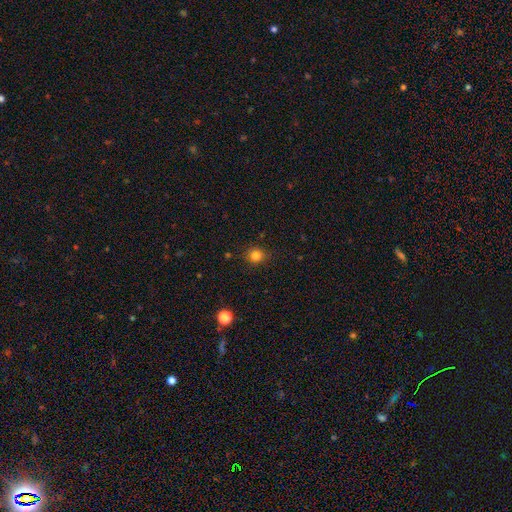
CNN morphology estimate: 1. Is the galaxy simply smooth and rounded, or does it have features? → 81% smooth, 14% star or artifact, 5% featured or disk.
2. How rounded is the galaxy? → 87% round, 12% in between, 1% cigar-shaped.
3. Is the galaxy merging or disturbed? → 86% none, 10% minor disturbance, 3% major disturbance, 1% merger.